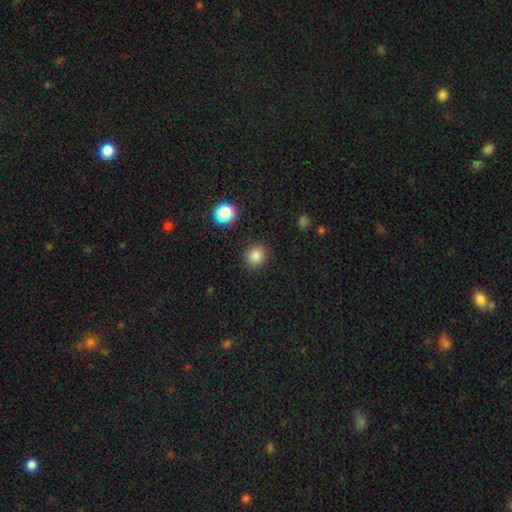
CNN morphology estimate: This appears to be a smooth galaxy with no disk features (83%) that is round (80%). Merging: none (89%).